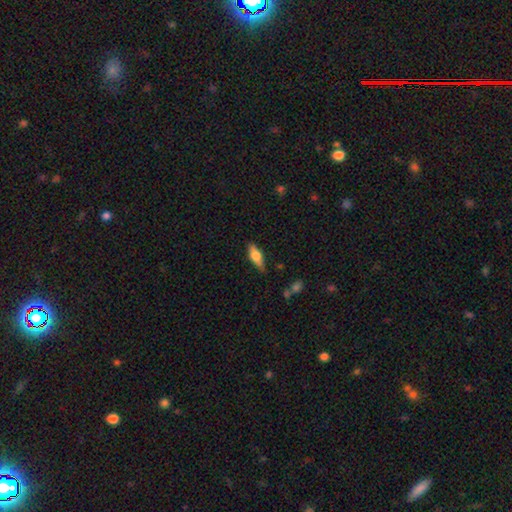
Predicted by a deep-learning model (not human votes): smooth-or-featured: smooth: 60% | featured or disk: 34% | star or artifact: 7%
  how-rounded: in between: 64% | cigar-shaped: 33% | round: 3%
  merging: none: 80% | minor disturbance: 15% | major disturbance: 3% | merger: 2%